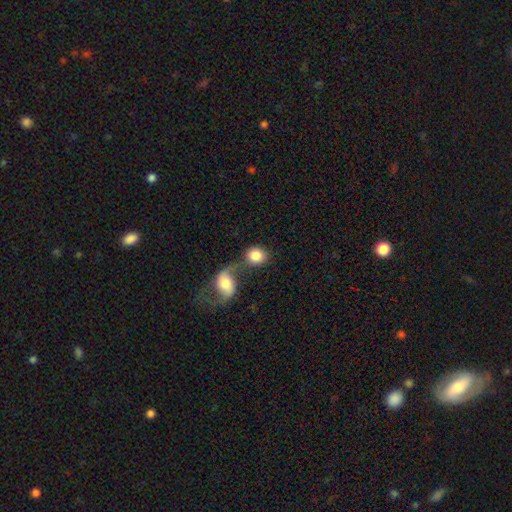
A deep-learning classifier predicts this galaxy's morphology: This appears to be a smooth galaxy with no disk features (79%) that is round (70%). Merging: merger (48%).